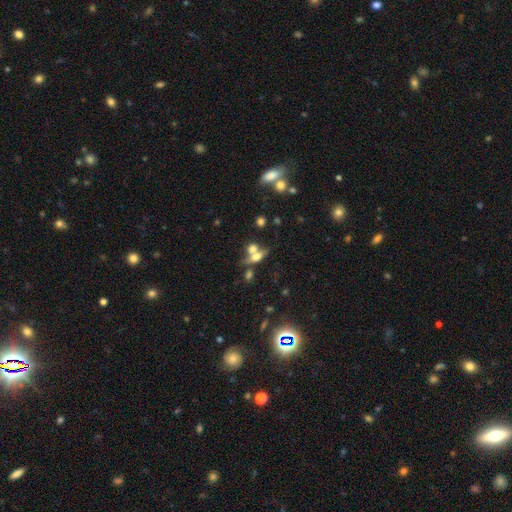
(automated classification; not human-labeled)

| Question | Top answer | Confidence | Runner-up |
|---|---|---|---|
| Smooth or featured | smooth | 49% | featured or disk (36%) |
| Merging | merger | 42% | none (40%) |